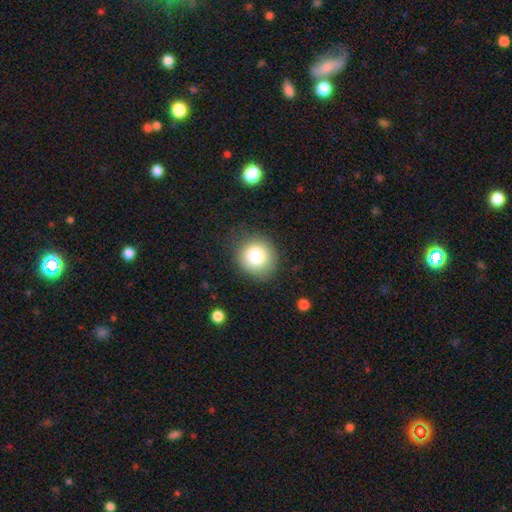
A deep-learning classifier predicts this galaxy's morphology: Q: Smooth or featured?
A: smooth (82%); runner-up: star or artifact (10%)
Q: How rounded?
A: round (84%); runner-up: in between (15%)
Q: Merging?
A: none (79%); runner-up: minor disturbance (14%)